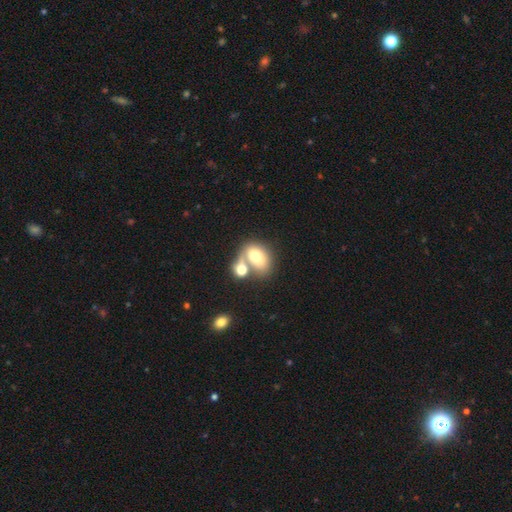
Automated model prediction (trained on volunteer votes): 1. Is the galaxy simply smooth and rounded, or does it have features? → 73% smooth, 19% featured or disk, 8% star or artifact.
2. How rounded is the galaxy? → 80% in between, 19% round, 2% cigar-shaped.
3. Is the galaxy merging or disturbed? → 58% merger, 27% none, 9% minor disturbance, 6% major disturbance.